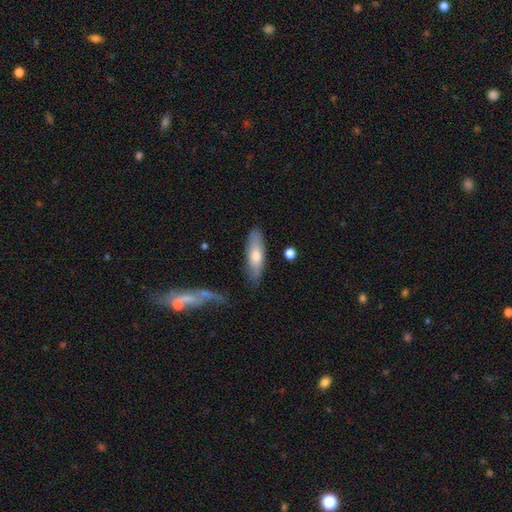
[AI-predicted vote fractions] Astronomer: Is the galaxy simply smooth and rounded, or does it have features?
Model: smooth — 65%.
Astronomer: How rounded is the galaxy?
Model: cigar-shaped — 51% (runner-up: in between, 47%).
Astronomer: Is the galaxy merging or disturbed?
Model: none — 77%.